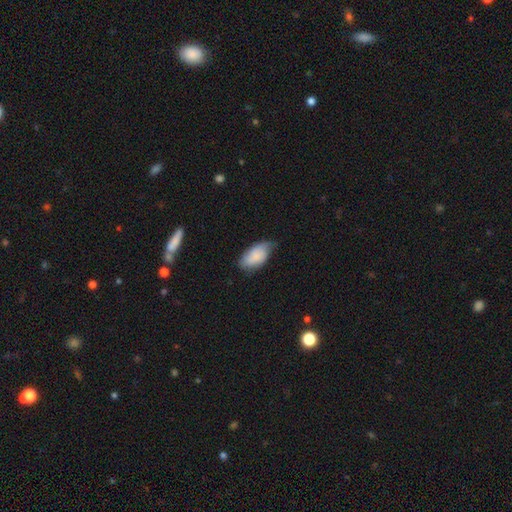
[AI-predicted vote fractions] Smooth or featured? smooth (80%)
How rounded? in between (94%)
Merging? none (53%)